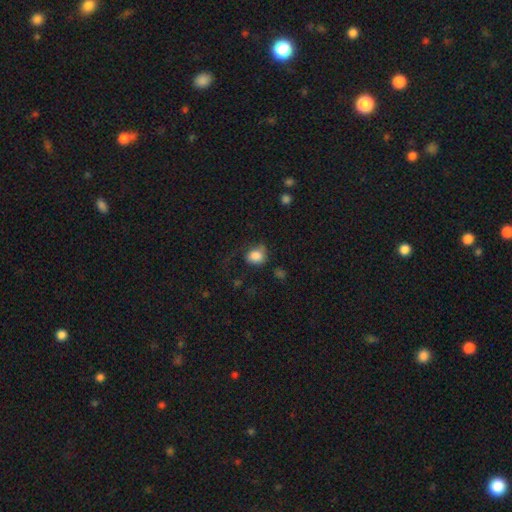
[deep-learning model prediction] A smooth galaxy with no disk features (83%) that is round (60%).

Vote fractions:
- Smooth or featured? smooth: 83% / star or artifact: 9% / featured or disk: 8%
- How rounded? round: 60% / in between: 39% / cigar-shaped: 1%
- Merging? none: 48% / minor disturbance: 28% / major disturbance: 21% / merger: 3%